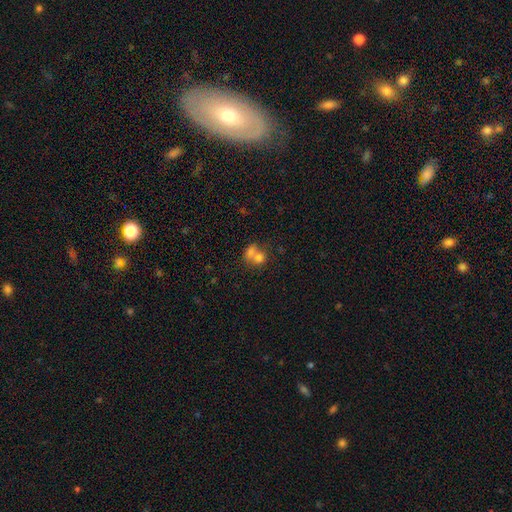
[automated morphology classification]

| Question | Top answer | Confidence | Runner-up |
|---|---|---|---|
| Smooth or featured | smooth | 72% | featured or disk (16%) |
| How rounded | round | 63% | in between (35%) |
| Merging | merger | 66% | none (22%) |